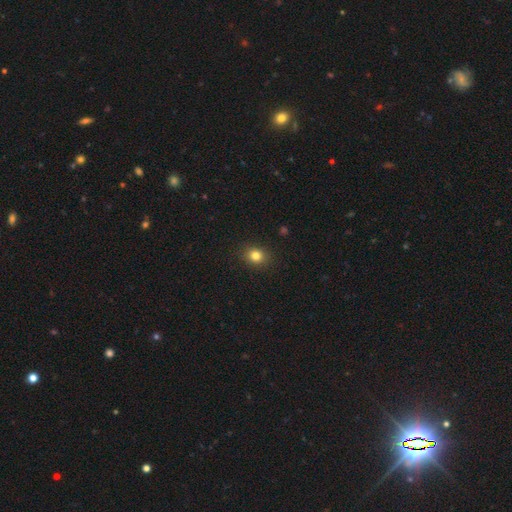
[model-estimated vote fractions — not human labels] Morphology: type=smooth (82%); roundness=round (68%); merging=none (89%).